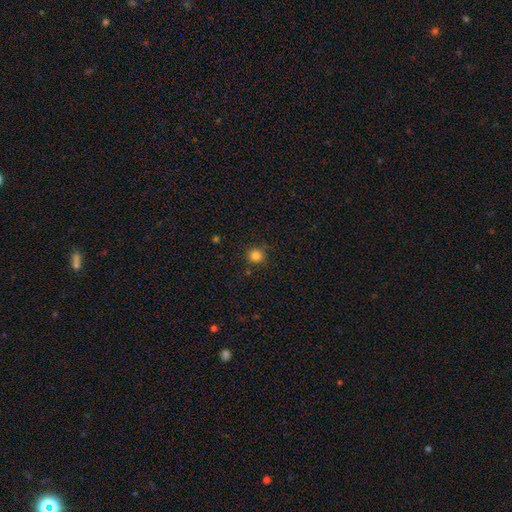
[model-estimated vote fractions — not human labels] This appears to be a smooth galaxy with no disk features (84%) that is round (91%). Merging: none (87%).